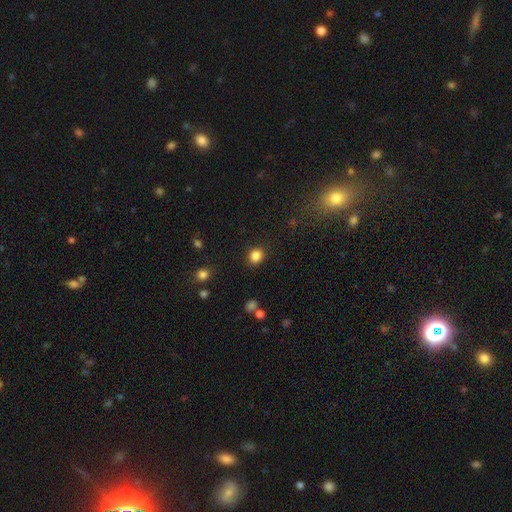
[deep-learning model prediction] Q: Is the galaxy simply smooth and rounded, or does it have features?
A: smooth — 85%.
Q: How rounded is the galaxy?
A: round — 77%.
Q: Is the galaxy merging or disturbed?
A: none — 88%.